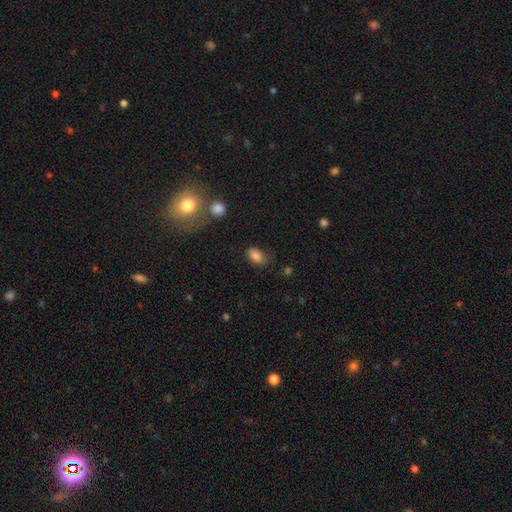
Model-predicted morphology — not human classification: Smooth or featured? smooth (84%)
How rounded? in between (88%)
Merging? none (64%)